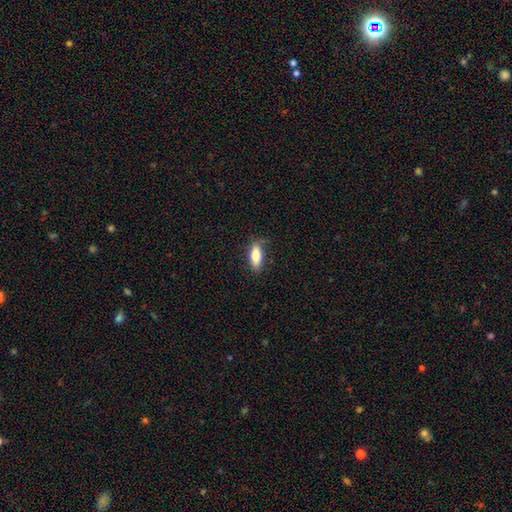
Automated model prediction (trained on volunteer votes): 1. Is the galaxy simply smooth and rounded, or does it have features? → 80% smooth, 14% featured or disk, 7% star or artifact.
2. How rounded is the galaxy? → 73% in between, 24% cigar-shaped, 3% round.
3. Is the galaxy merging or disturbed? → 78% none, 17% minor disturbance, 4% major disturbance, 1% merger.